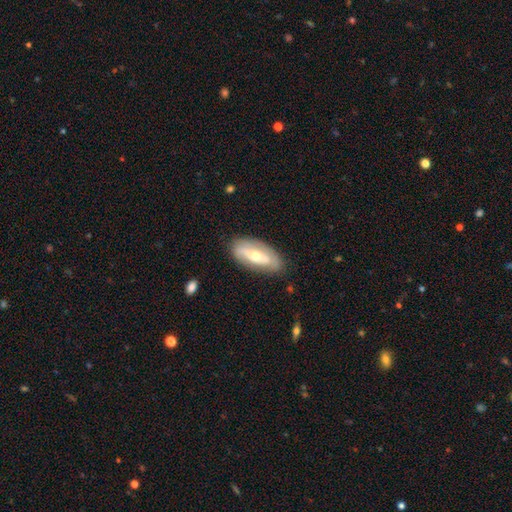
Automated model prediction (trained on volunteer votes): Morphology: type=featured or disk (62%); edge-on=no (85%); bar=no (47%); spiral arms=yes (57%); bulge=moderate (60%); merging=none (80%).